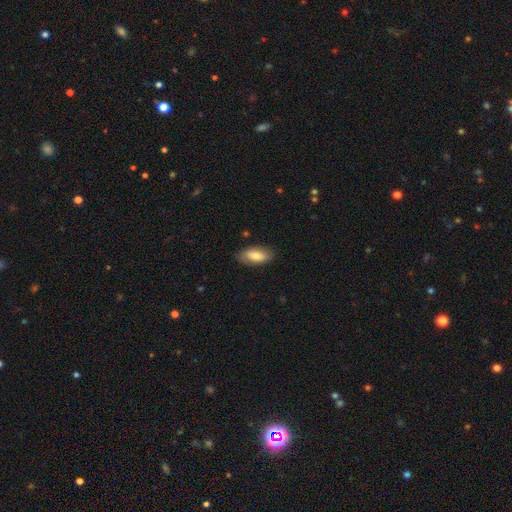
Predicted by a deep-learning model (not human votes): Overall: smooth (76%). How rounded: in between (87%). Merging: none (82%).